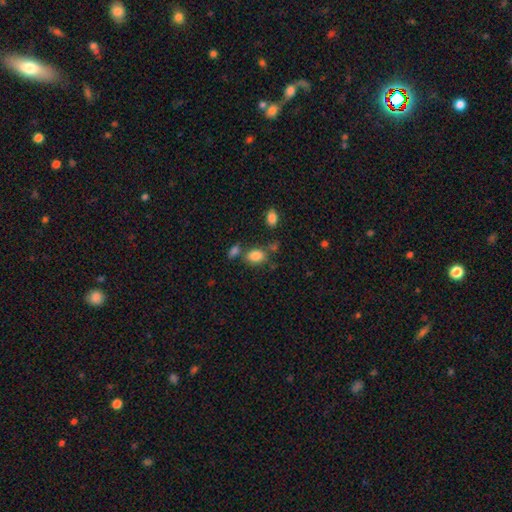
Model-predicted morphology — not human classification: Smooth or featured? Predicted: smooth (p=0.84). How rounded? Predicted: in between (p=0.80). Merging? Predicted: none (p=0.62).